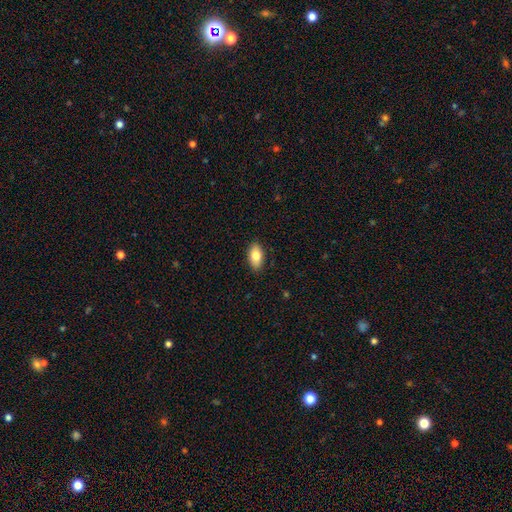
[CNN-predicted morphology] smooth_or_featured: smooth (p=0.82) [alt: featured or disk p=0.11]
how_rounded: in between (p=0.91) [alt: cigar-shaped p=0.05]
merging: none (p=0.89) [alt: minor disturbance p=0.09]